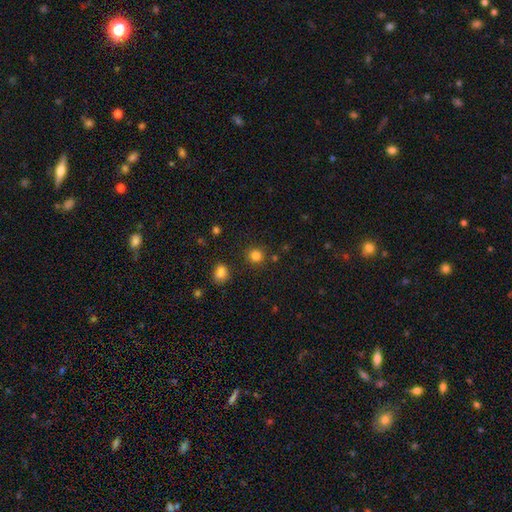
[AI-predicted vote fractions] Q: Smooth or featured?
A: smooth (82%); runner-up: star or artifact (13%)
Q: How rounded?
A: round (91%); runner-up: in between (8%)
Q: Merging?
A: none (87%); runner-up: minor disturbance (7%)